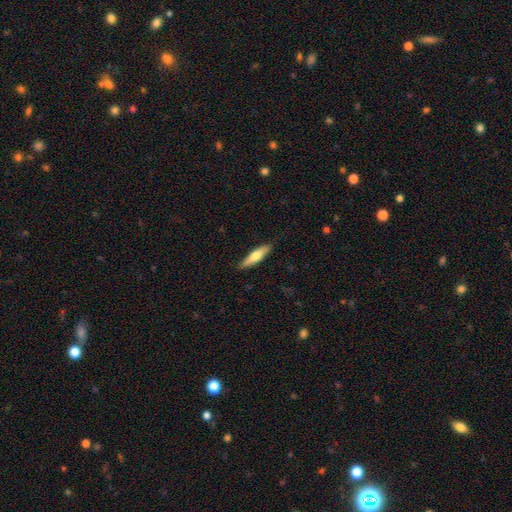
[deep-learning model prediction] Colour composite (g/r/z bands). It shows a smooth galaxy with no disk features (67%) that is cigar-shaped (72%). Merging: none (86%).